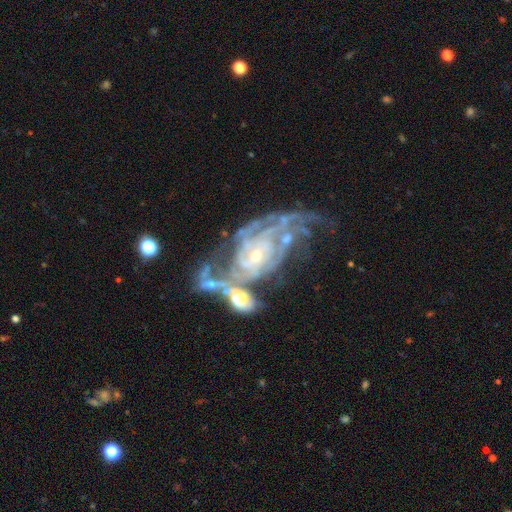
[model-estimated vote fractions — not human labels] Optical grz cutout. It shows a featured or disk galaxy (86%) with no bar (69%), tight (58%) spiral arms (94%) and a small central bulge (74%). Merging: merger (40%).